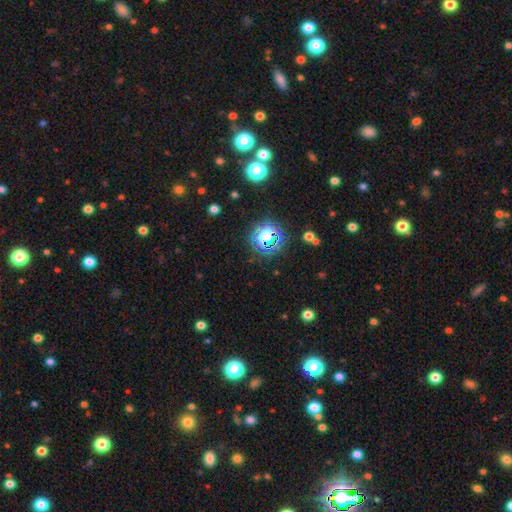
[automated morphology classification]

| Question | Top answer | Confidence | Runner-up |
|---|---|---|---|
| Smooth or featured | star or artifact | 71% | smooth (21%) |